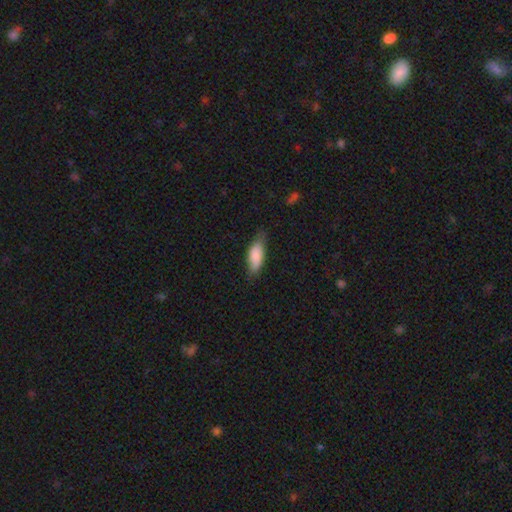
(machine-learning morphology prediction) Smooth or featured? smooth (84%)
How rounded? in between (78%)
Merging? none (64%)